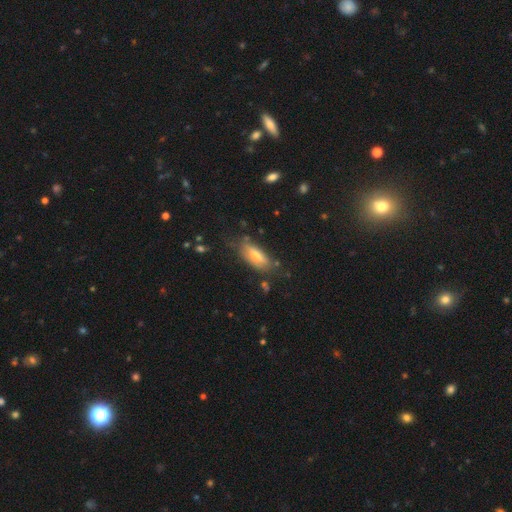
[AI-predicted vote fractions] The model was most divided on "smooth or featured": smooth: 67%, featured or disk: 26%, star or artifact: 7%. More confident: how rounded — in between (75%); merging — none (67%).